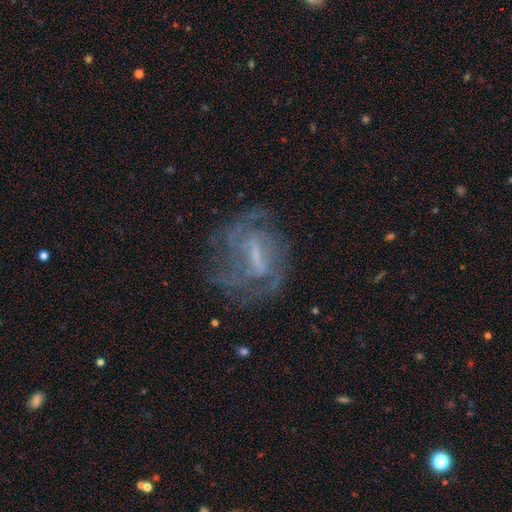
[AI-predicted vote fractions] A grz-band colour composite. It shows a featured or disk galaxy (77%) with a strong bar (45%), tight (42%) spiral arms (79%) and a small central bulge (39%). Merging: none (61%).